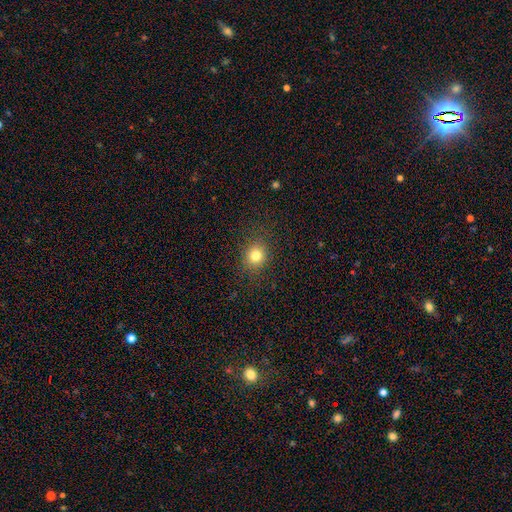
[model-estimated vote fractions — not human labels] Morphology: type=smooth (80%); roundness=round (80%); merging=none (87%).